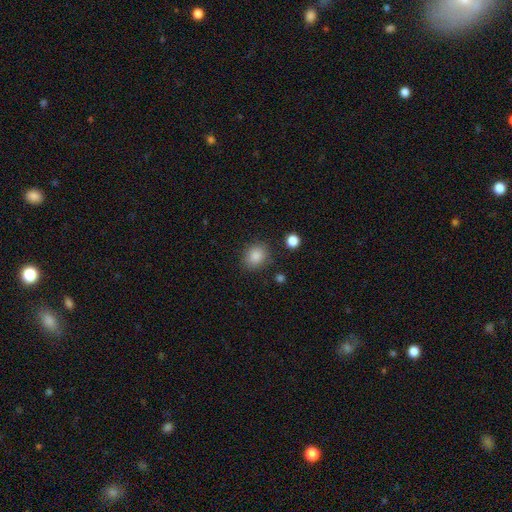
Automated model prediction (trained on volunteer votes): Smooth or featured?
  - smooth: 85% *
  - star or artifact: 10%
  - featured or disk: 4%
How rounded?
  - round: 66% *
  - in between: 33%
  - cigar-shaped: 1%
Merging?
  - none: 84% *
  - minor disturbance: 10%
  - major disturbance: 3%
  - merger: 2%